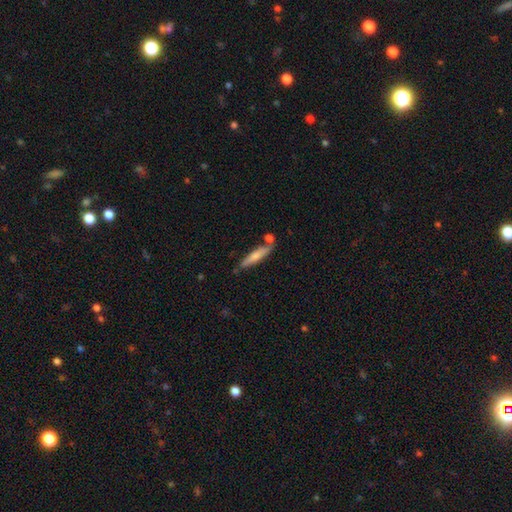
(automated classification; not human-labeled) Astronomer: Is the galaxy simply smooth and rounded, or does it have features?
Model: smooth — 65%.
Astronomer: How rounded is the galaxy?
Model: cigar-shaped — 88%.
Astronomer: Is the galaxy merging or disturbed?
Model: none — 72%.